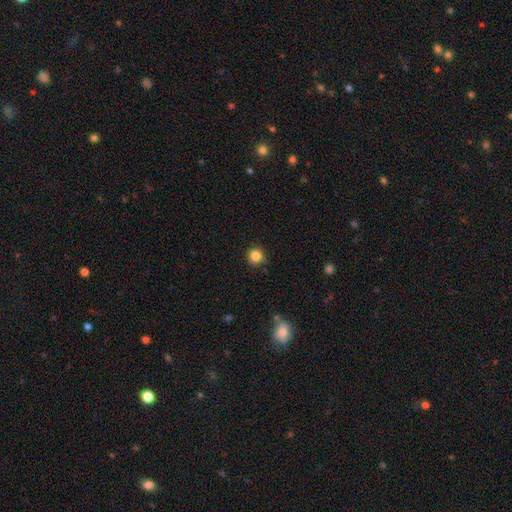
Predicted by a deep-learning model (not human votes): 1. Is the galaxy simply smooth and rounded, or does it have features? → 84% smooth, 11% star or artifact, 5% featured or disk.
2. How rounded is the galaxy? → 94% round, 5% in between, 1% cigar-shaped.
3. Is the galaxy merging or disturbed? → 89% none, 8% minor disturbance, 2% major disturbance, 1% merger.